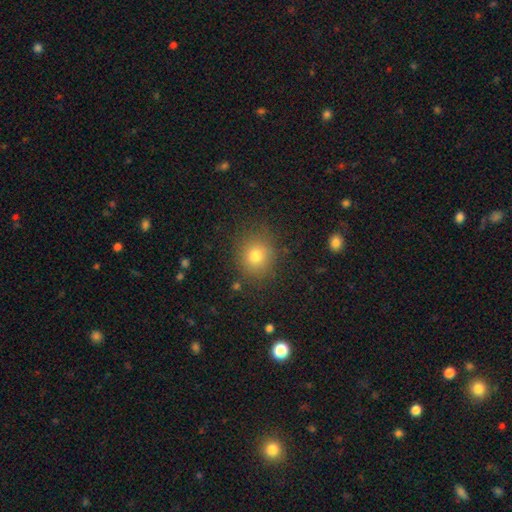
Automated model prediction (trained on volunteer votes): Morphology: type=smooth (77%); roundness=round (82%); merging=none (84%).